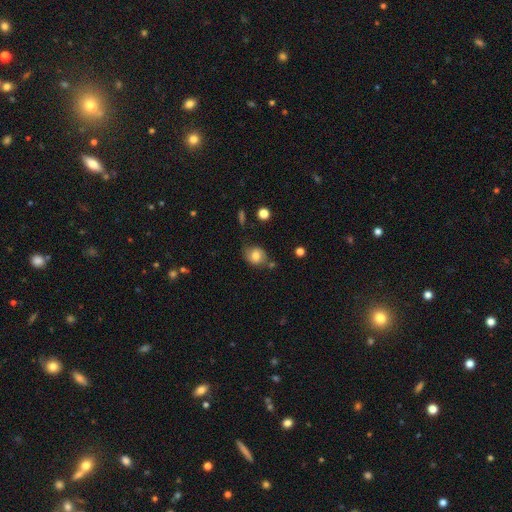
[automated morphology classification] Overall: smooth (72%). How rounded: round (60%; in between 39%). Merging: none (61%; minor disturbance 24%).